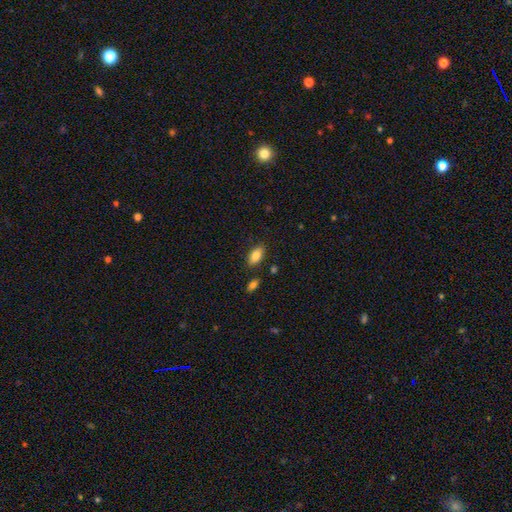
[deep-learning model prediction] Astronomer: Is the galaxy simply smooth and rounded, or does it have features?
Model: smooth — 85%.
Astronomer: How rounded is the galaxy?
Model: in between — 91%.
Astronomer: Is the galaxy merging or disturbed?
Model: none — 83%.